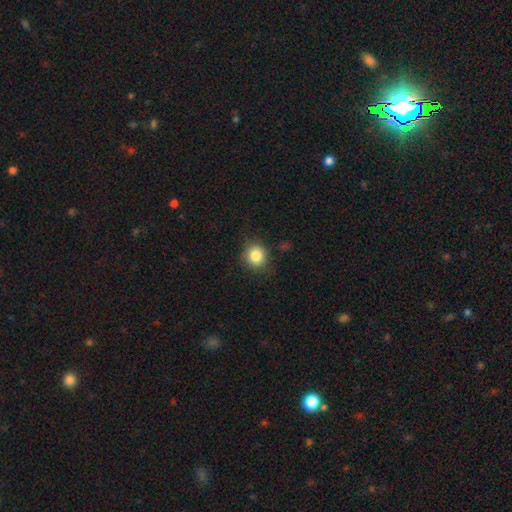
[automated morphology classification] Overall: smooth (84%). How rounded: round (84%). Merging: none (82%).